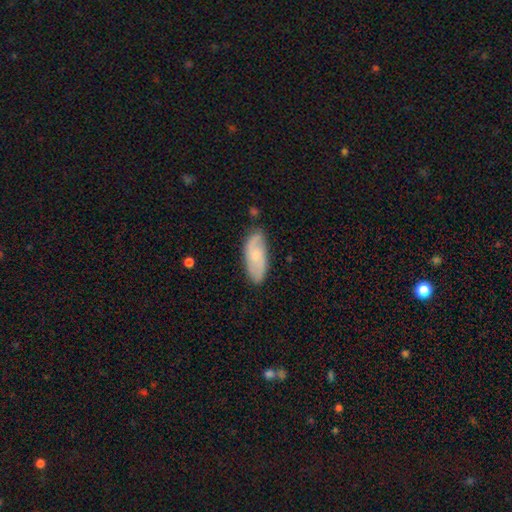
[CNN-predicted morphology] smooth_or_featured: featured or disk (p=0.50) [alt: smooth p=0.44]
disk_edge_on: no (p=0.89) [alt: yes p=0.11]
merging: none (p=0.77) [alt: minor disturbance p=0.18]